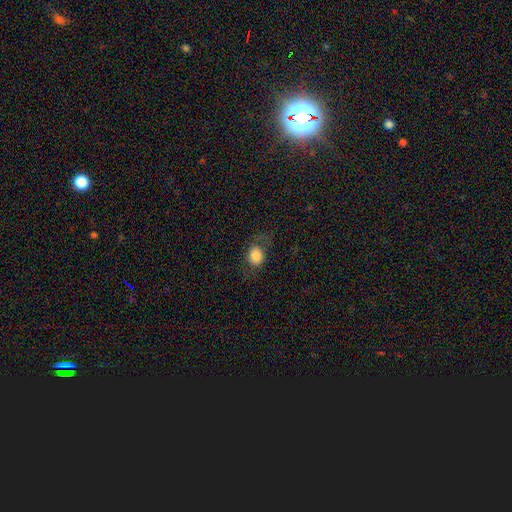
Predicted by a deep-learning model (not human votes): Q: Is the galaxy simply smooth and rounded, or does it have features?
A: smooth — 79%.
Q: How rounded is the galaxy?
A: round — 53%.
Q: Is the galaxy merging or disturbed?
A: none — 70%.